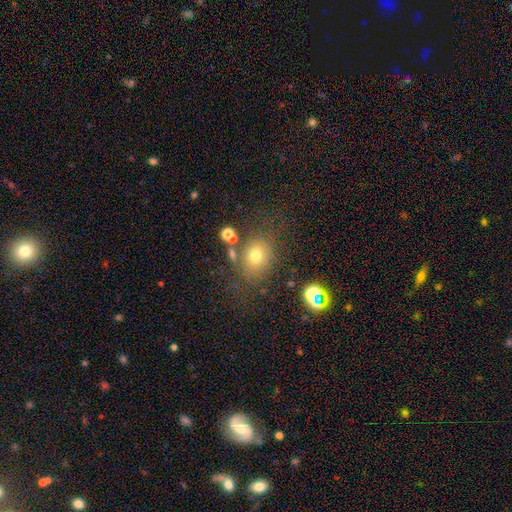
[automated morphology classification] This appears to be a smooth galaxy with no disk features (68%) that is round (50%). Merging: none (69%).